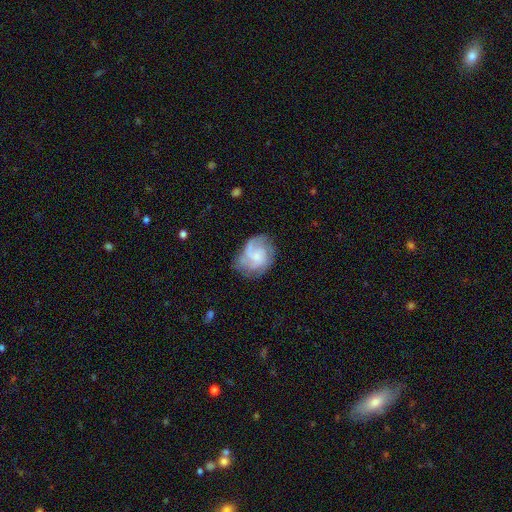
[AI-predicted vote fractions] Overall: featured or disk (70%). Edge-on disk: no (98%). Bar: no (66%; weak 30%). Spiral arms: yes (91%). Spiral arm count: 2 (30%; 3 27%). Spiral winding: medium (44%; tight 31%). Bulge size: small (53%; moderate 22%). Merging: none (59%; minor disturbance 23%).